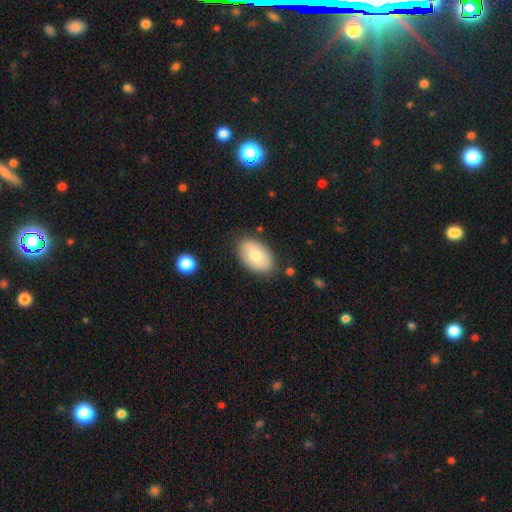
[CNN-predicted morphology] A smooth galaxy with no disk features (76%) that is in between round and cigar-shaped (92%).

Vote fractions:
- Smooth or featured? smooth: 76% / featured or disk: 18% / star or artifact: 6%
- How rounded? in between: 92% / round: 7% / cigar-shaped: 1%
- Merging? none: 82% / minor disturbance: 13% / major disturbance: 3% / merger: 2%